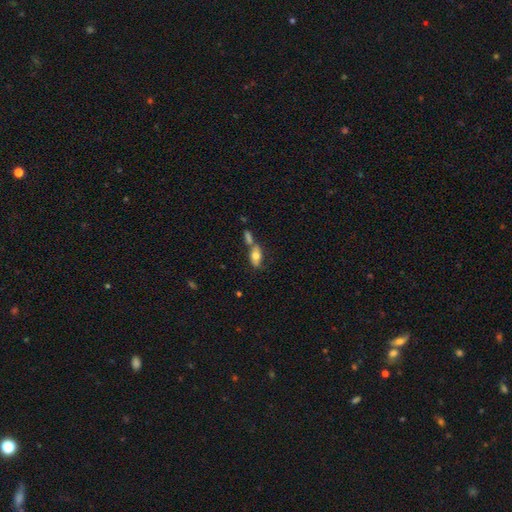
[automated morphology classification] smooth_or_featured: smooth (p=0.68) [alt: featured or disk p=0.25]
how_rounded: in between (p=0.85) [alt: cigar-shaped p=0.08]
merging: none (p=0.42) [alt: merger p=0.36]